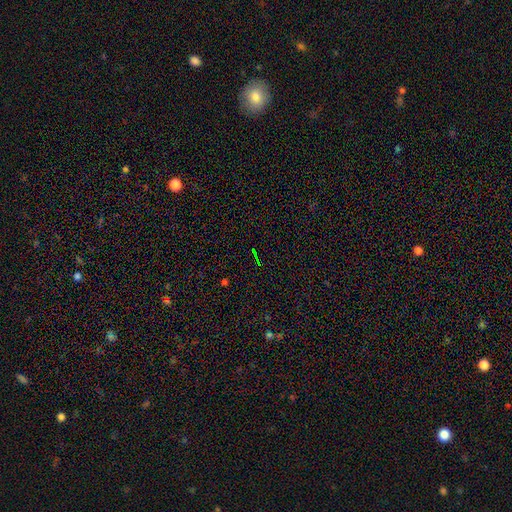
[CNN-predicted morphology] The model was most divided on "smooth or featured": star or artifact: 75%, smooth: 15%, featured or disk: 11%.